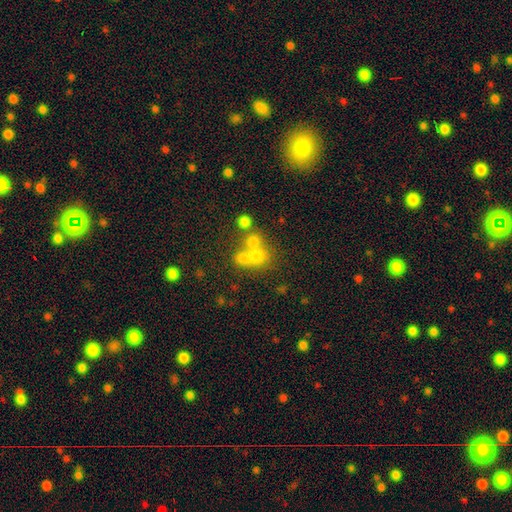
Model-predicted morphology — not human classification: This is likely a smooth galaxy (60%). How rounded: likely round (75%). Merging: possibly merger (49%).